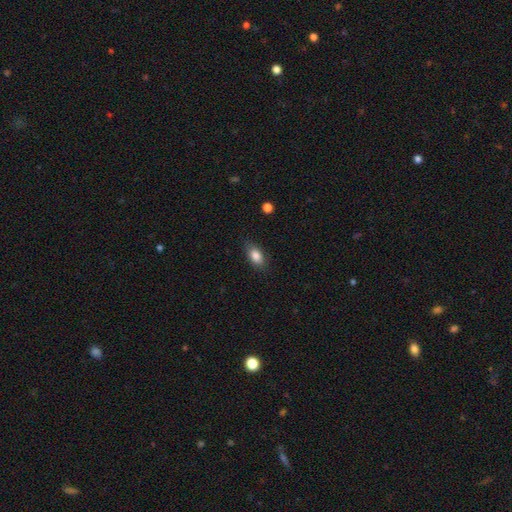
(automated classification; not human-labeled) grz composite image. It shows a smooth galaxy with no disk features (85%) that is in between round and cigar-shaped (88%). Merging: none (82%).